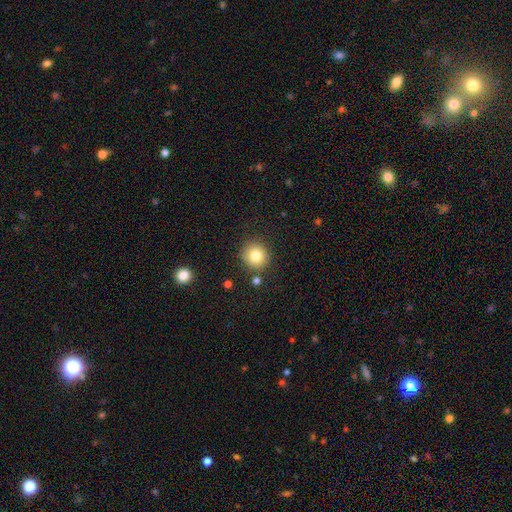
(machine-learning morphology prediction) Smooth or featured?
  - smooth: 81% *
  - star or artifact: 11%
  - featured or disk: 8%
How rounded?
  - round: 91% *
  - in between: 8%
  - cigar-shaped: 1%
Merging?
  - none: 85% *
  - minor disturbance: 8%
  - merger: 4%
  - major disturbance: 3%